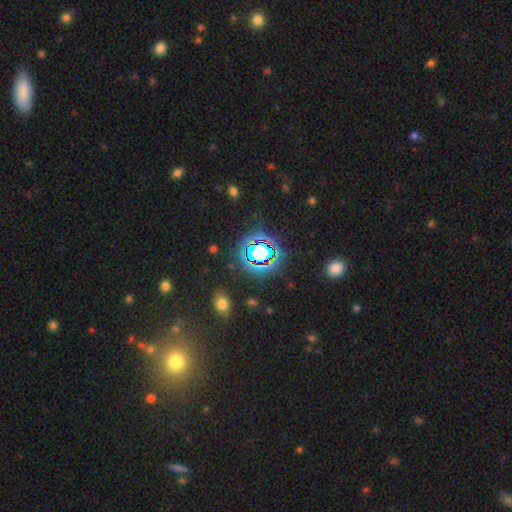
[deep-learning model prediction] Smooth or featured?
  - star or artifact: 78% *
  - smooth: 13%
  - featured or disk: 9%